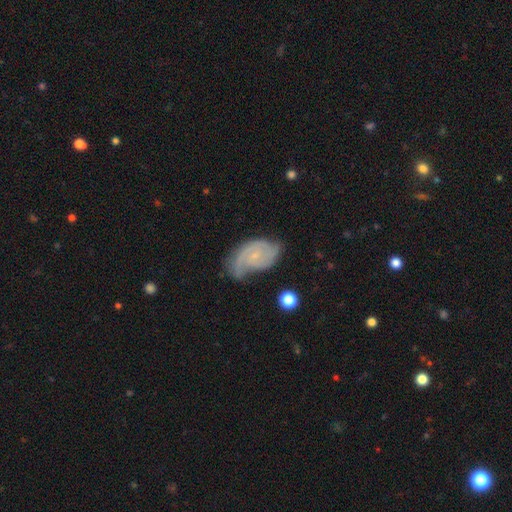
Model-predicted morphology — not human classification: This is likely a featured or disk galaxy (77%). It is clearly not viewed edge-on (97%). Bar: likely no (66%). Spiral arm pattern: clearly yes (94%). Spiral arm count: possibly 2 (54%). Spiral winding: possibly tight (45%). Central bulge: likely small (77%). Merging: possibly none (53%).